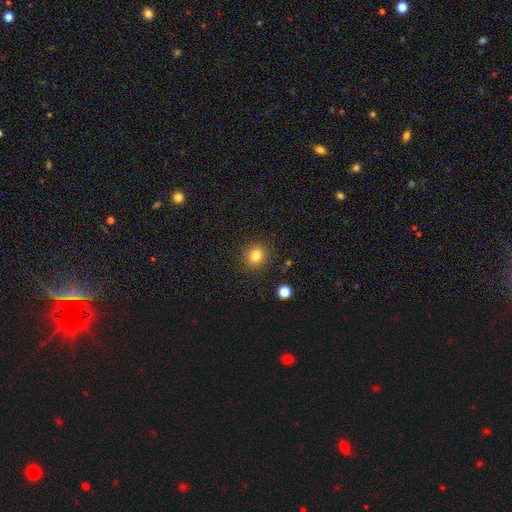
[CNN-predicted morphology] A smooth galaxy with no disk features (81%) that is round (91%). Merging: none (90%).